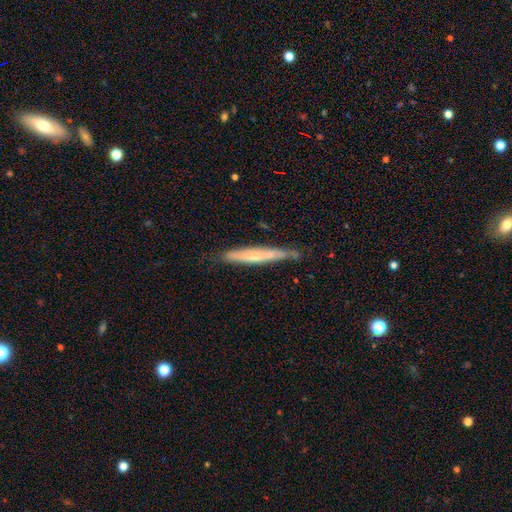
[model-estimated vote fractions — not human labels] Q: Smooth or featured?
A: featured or disk (53%); runner-up: smooth (41%)
Q: Edge-on disk?
A: yes (87%); runner-up: no (13%)
Q: Merging?
A: none (73%); runner-up: minor disturbance (21%)